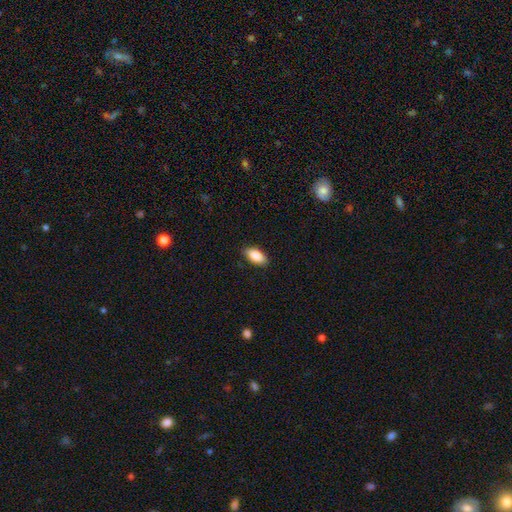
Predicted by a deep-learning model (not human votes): The model was most divided on "merging": none: 89%, minor disturbance: 9%, major disturbance: 2%, merger: 1%. More confident: how rounded — in between (93%); smooth or featured — smooth (87%).